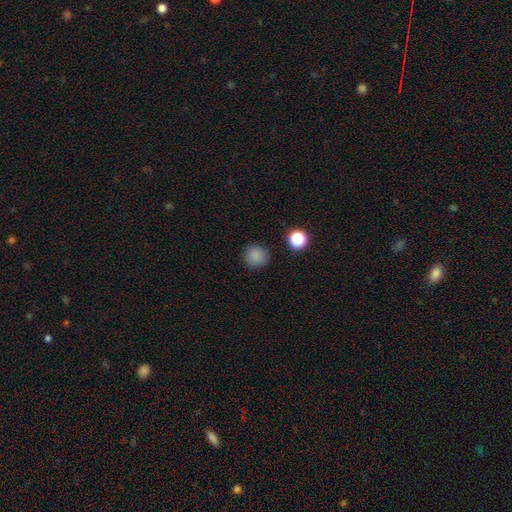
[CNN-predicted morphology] This appears to be a smooth galaxy with no disk features (84%) that is round (93%). Merging: none (89%).